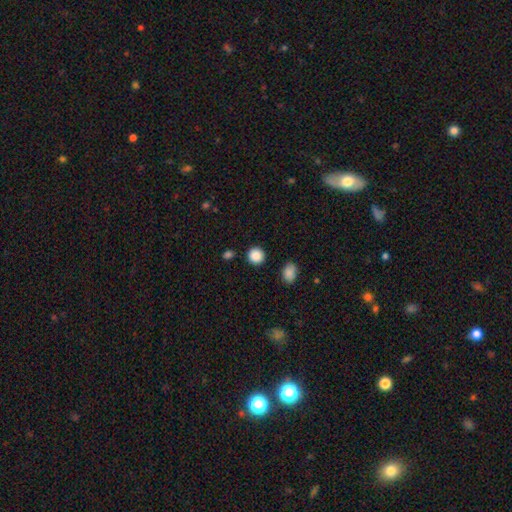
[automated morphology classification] Overall: smooth (88%). How rounded: round (91%). Merging: none (89%).